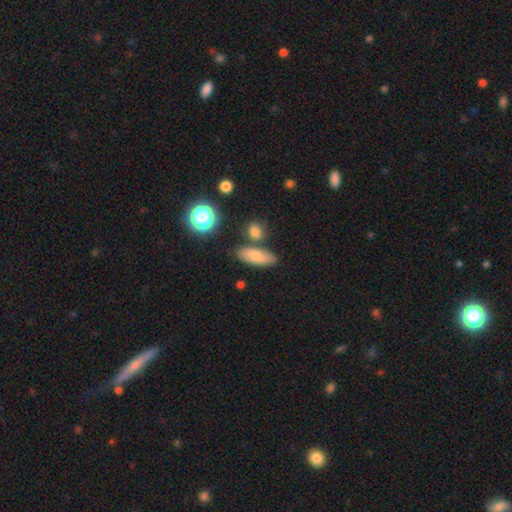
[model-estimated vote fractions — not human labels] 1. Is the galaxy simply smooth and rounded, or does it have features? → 78% smooth, 13% featured or disk, 9% star or artifact.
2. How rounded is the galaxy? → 70% in between, 25% cigar-shaped, 5% round.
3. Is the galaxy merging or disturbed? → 75% none, 12% minor disturbance, 10% merger, 3% major disturbance.